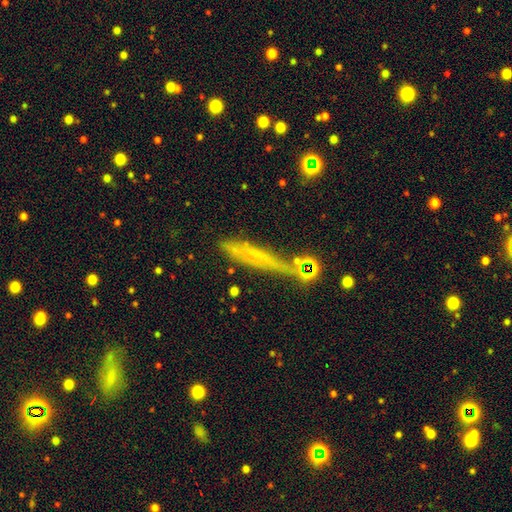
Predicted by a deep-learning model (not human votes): Smooth or featured? Predicted: featured or disk (p=0.46). Merging? Predicted: none (p=0.52).